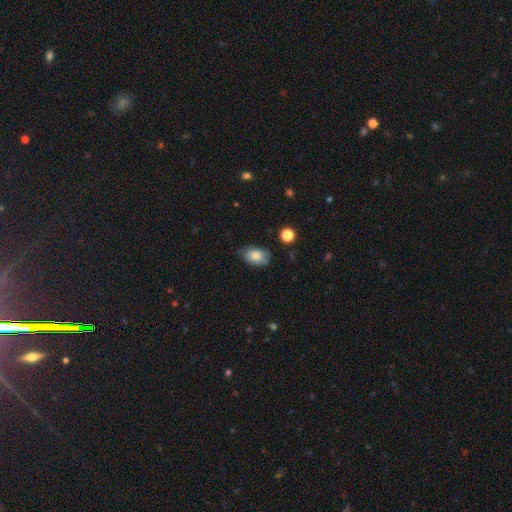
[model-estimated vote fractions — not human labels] Morphology: type=smooth (78%); roundness=in between (85%); merging=none (67%).